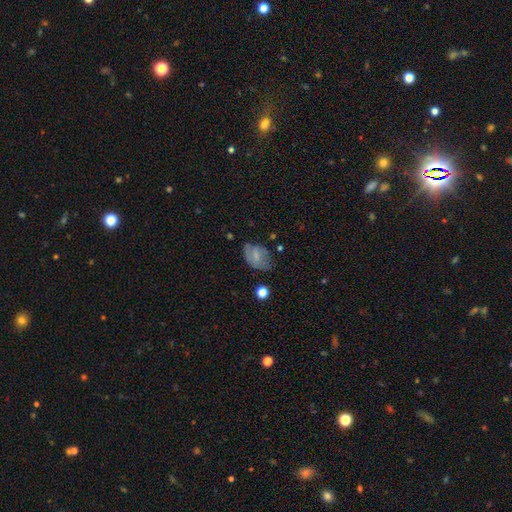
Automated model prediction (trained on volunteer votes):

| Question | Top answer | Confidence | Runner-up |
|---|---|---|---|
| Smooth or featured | smooth | 64% | featured or disk (26%) |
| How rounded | in between | 84% | round (15%) |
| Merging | none | 50% | minor disturbance (33%) |